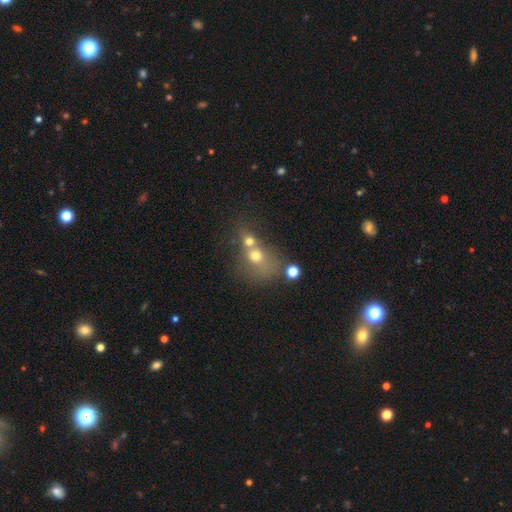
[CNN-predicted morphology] Q: Smooth or featured?
A: smooth (58%); runner-up: featured or disk (25%)
Q: How rounded?
A: round (66%); runner-up: in between (32%)
Q: Merging?
A: merger (63%); runner-up: none (22%)